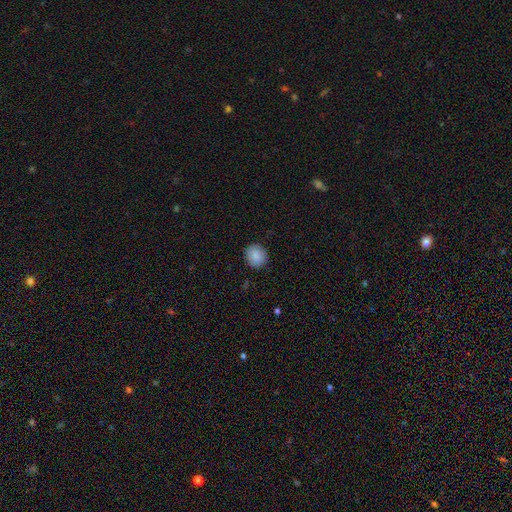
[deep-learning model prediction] Smooth or featured?
  - smooth: 88% *
  - star or artifact: 8%
  - featured or disk: 4%
How rounded?
  - round: 85% *
  - in between: 15%
  - cigar-shaped: 1%
Merging?
  - none: 89% *
  - minor disturbance: 8%
  - major disturbance: 2%
  - merger: 1%